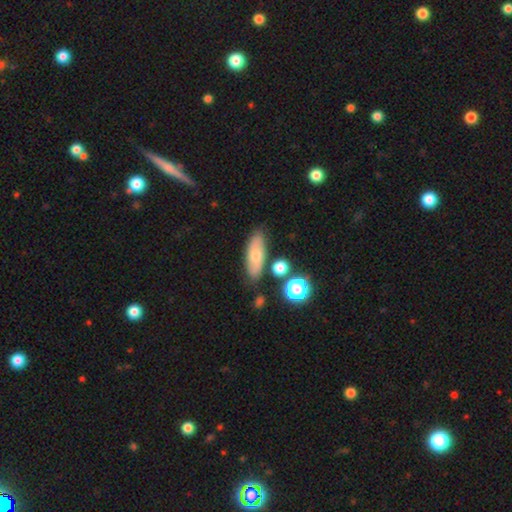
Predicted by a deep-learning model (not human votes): A smooth galaxy with no disk features (66%) that is in between round and cigar-shaped (65%). Merging: none (76%).